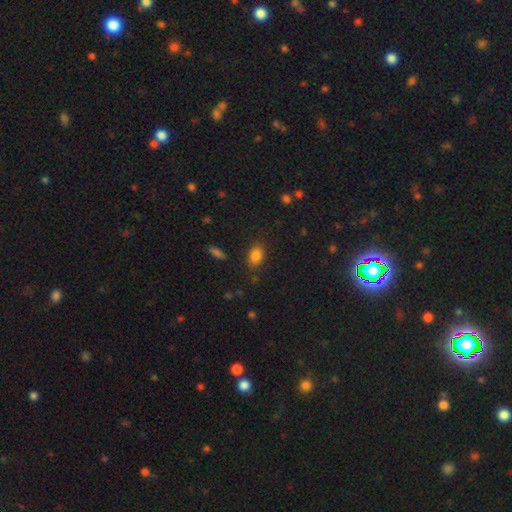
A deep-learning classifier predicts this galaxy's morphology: Overall: smooth (84%). How rounded: in between (81%). Merging: none (81%).